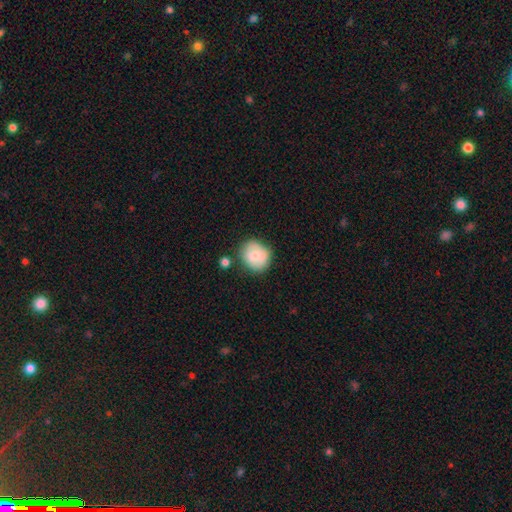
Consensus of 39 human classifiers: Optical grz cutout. It shows a smooth galaxy with no disk features (69%) that is round (74%). Merging: none (54%).